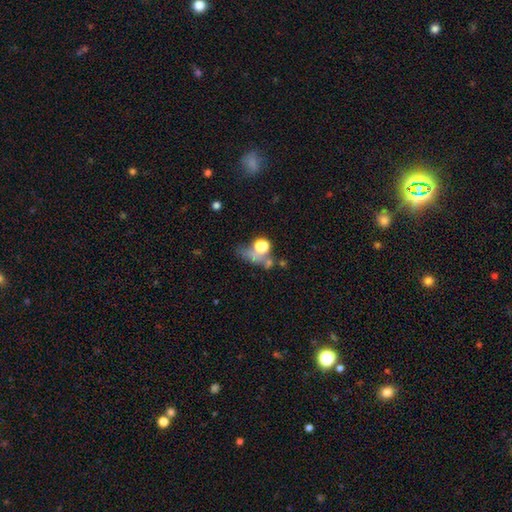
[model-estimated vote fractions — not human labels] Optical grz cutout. It shows a smooth galaxy with no disk features (48%). Merging: none (45%).